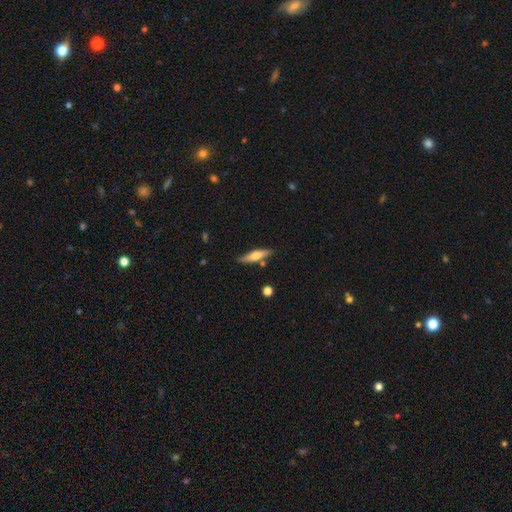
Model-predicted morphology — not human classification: smooth-or-featured: smooth: 51% | featured or disk: 43% | star or artifact: 6%
  how-rounded: cigar-shaped: 77% | in between: 21% | round: 2%
  merging: none: 80% | minor disturbance: 12% | merger: 5% | major disturbance: 2%